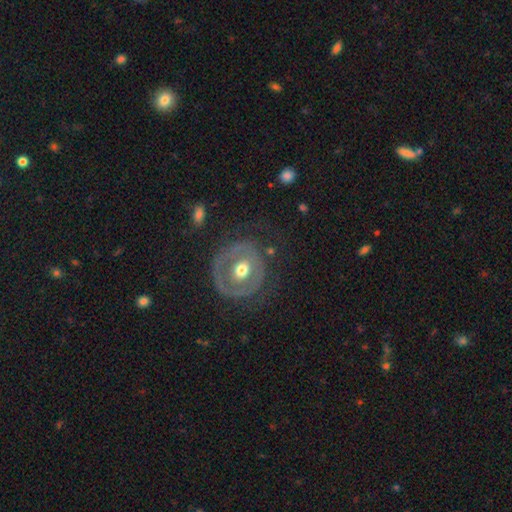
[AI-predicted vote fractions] smooth-or-featured: featured or disk: 59% | smooth: 31% | star or artifact: 10%
  disk-edge-on: no: 95% | yes: 5%
    bar: no: 74% | weak: 18% | strong: 8%
    has-spiral-arms: no: 66% | yes: 34%
    bulge-size: moderate: 71% | small: 16% | large: 10% | dominant: 2% | none: 1%
  merging: none: 81% | minor disturbance: 11% | major disturbance: 6% | merger: 2%